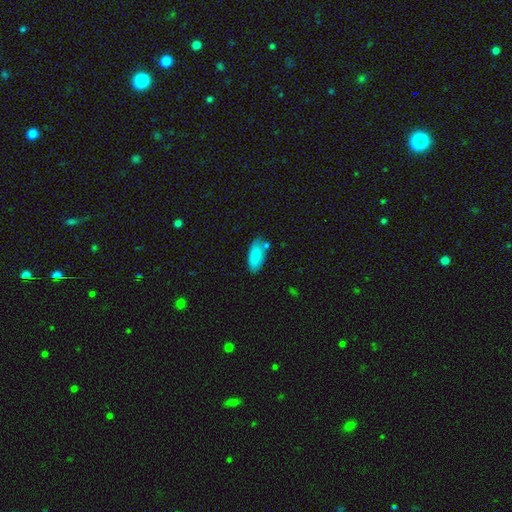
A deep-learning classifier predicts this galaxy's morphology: This appears to be a smooth galaxy with no disk features (84%) that is in between round and cigar-shaped (90%). Merging: none (64%).